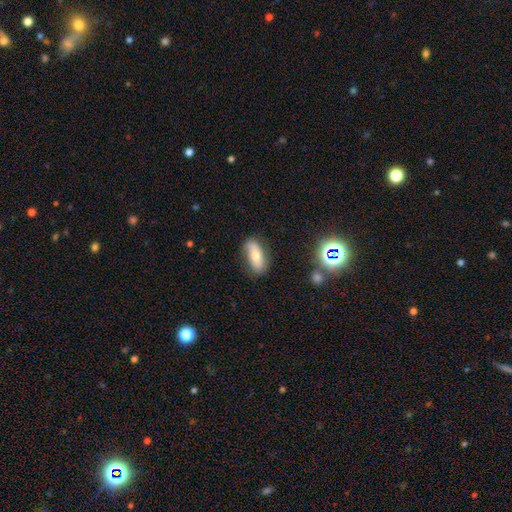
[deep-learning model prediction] Morphology: type=smooth (60%); roundness=in between (77%); merging=none (76%).